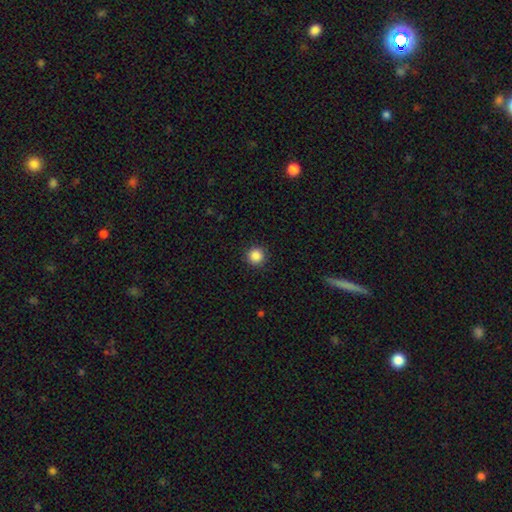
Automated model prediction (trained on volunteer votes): smooth_or_featured: smooth (p=0.87) [alt: star or artifact p=0.10]
how_rounded: round (p=0.96) [alt: in between p=0.03]
merging: none (p=0.92) [alt: minor disturbance p=0.05]